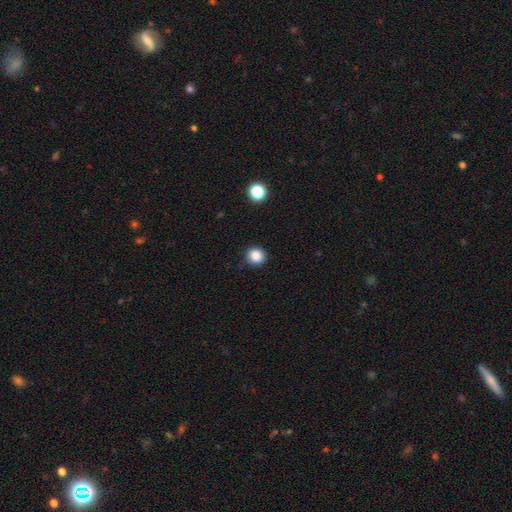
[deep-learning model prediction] Smooth or featured: smooth — 86% (star or artifact — 11%)
How rounded: round — 89% (in between — 10%)
Merging: none — 88% (minor disturbance — 8%)